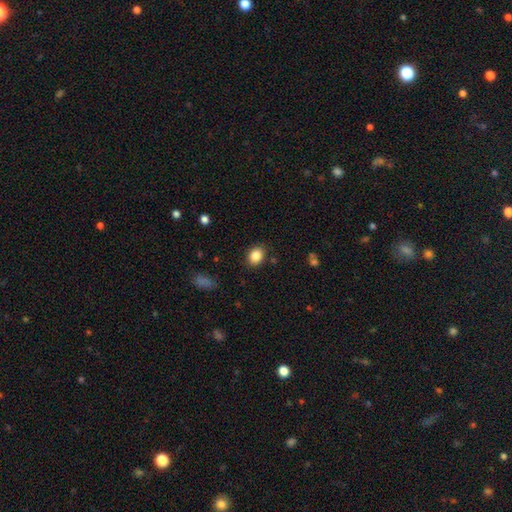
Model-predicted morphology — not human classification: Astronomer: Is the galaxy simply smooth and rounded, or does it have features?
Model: smooth — 86%.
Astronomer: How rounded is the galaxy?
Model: in between — 56% (runner-up: round, 43%).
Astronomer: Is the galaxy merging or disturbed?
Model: none — 85%.